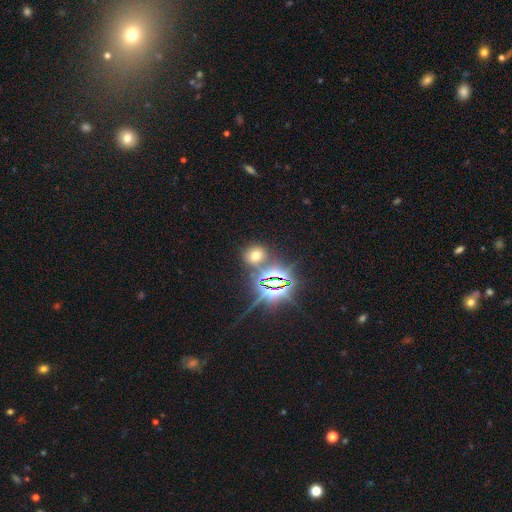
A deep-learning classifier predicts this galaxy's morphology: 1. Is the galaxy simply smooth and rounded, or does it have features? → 51% smooth, 39% star or artifact, 10% featured or disk.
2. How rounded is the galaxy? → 73% round, 26% in between, 2% cigar-shaped.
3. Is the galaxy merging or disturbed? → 75% none, 11% merger, 10% minor disturbance, 4% major disturbance.